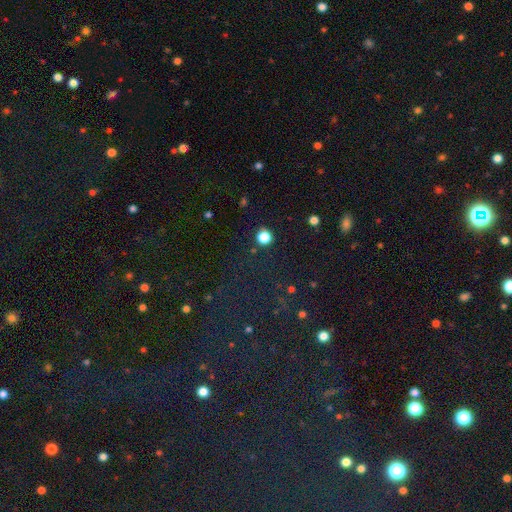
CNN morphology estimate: Smooth or featured: star or artifact — 78% (smooth — 14%)